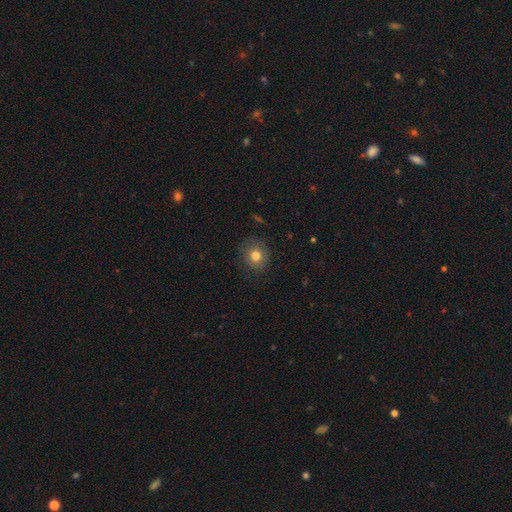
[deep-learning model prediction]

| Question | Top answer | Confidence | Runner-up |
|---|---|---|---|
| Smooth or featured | smooth | 78% | star or artifact (11%) |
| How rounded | round | 81% | in between (18%) |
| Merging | none | 85% | minor disturbance (11%) |